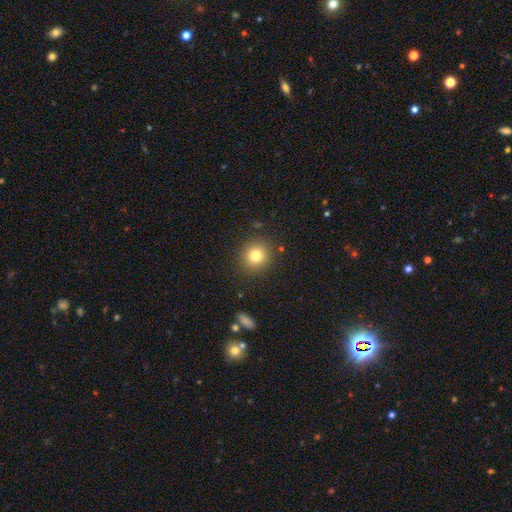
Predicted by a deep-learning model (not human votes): Smooth or featured? smooth (80%)
How rounded? round (90%)
Merging? none (88%)